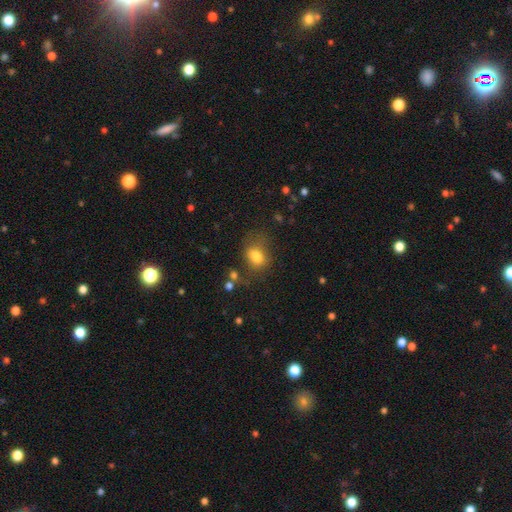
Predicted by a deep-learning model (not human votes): Smooth or featured? Predicted: smooth (p=0.79). How rounded? Predicted: in between (p=0.68). Merging? Predicted: none (p=0.56).